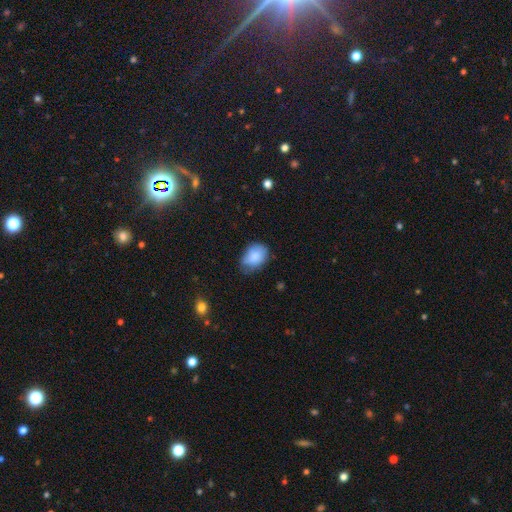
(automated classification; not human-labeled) A smooth galaxy with no disk features (82%) that is in between round and cigar-shaped (79%).

Vote fractions:
- Smooth or featured? smooth: 82% / featured or disk: 11% / star or artifact: 7%
- How rounded? in between: 79% / round: 20% / cigar-shaped: 1%
- Merging? none: 55% / minor disturbance: 35% / major disturbance: 8% / merger: 2%